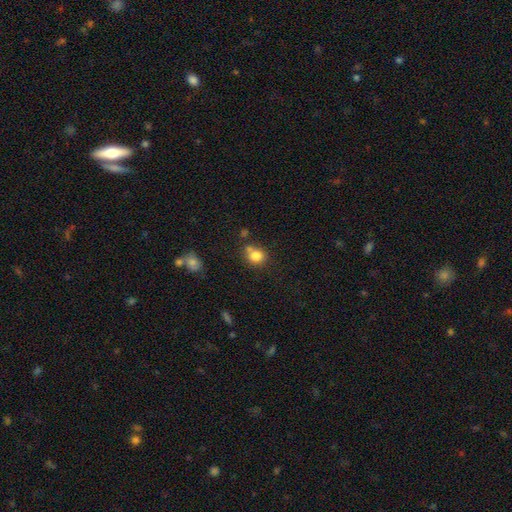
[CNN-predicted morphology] Smooth or featured? Predicted: smooth (p=0.82). How rounded? Predicted: round (p=0.71). Merging? Predicted: none (p=0.58).